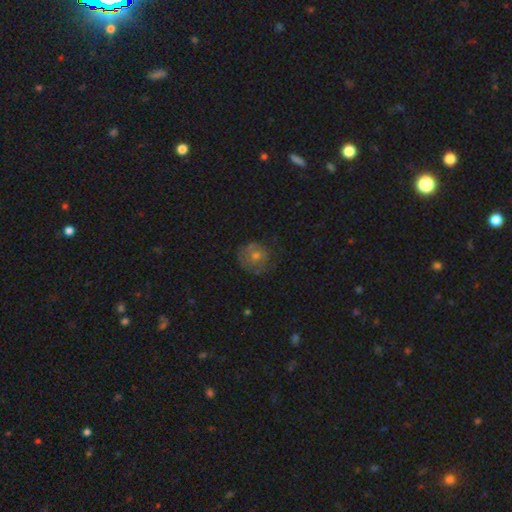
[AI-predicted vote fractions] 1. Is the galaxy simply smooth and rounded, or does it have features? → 46% smooth, 41% featured or disk, 14% star or artifact.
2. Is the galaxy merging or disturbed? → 72% none, 19% minor disturbance, 7% major disturbance, 2% merger.